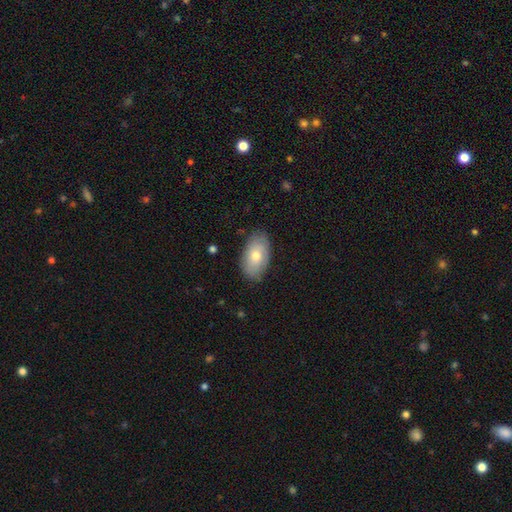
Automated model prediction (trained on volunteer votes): Overall: smooth (70%). How rounded: in between (94%). Merging: none (84%).